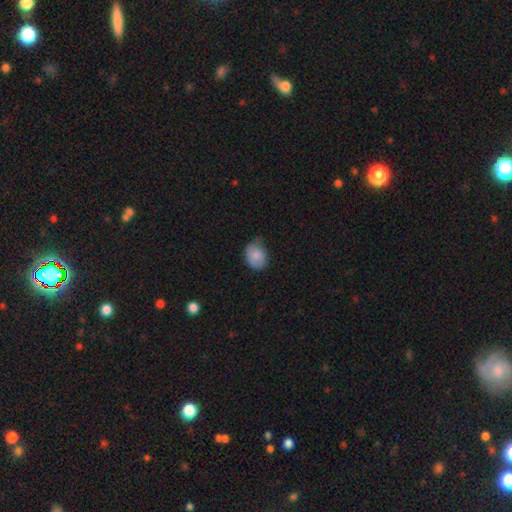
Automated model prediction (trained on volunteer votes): Smooth or featured? Predicted: smooth (p=0.82). How rounded? Predicted: in between (p=0.58). Merging? Predicted: none (p=0.44).